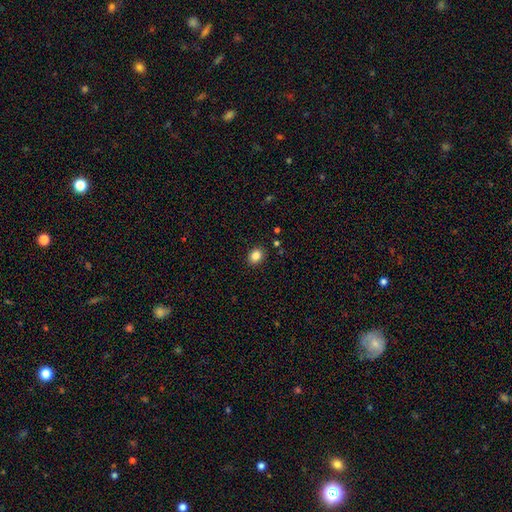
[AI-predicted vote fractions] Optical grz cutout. It shows a smooth galaxy with no disk features (84%) that is round (55%). Merging: none (90%).